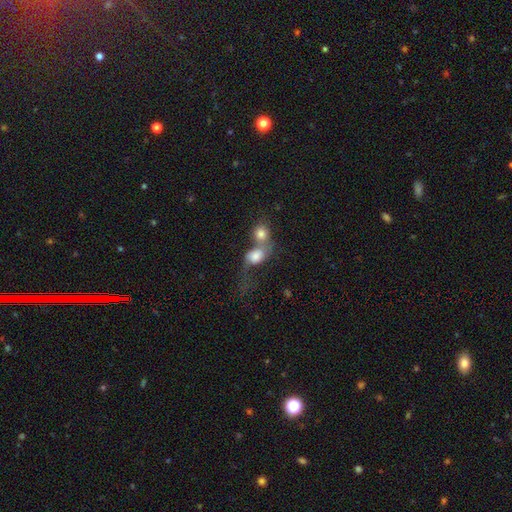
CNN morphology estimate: Smooth or featured? Predicted: smooth (p=0.68). How rounded? Predicted: round (p=0.52). Merging? Predicted: merger (p=0.71).